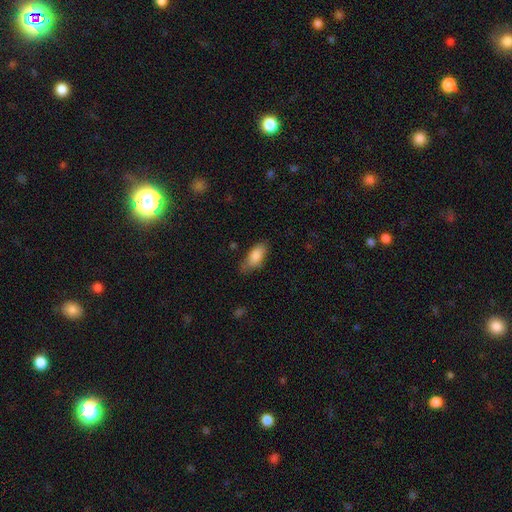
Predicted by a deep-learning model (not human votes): This appears to be a smooth galaxy with no disk features (84%) that is in between round and cigar-shaped (84%). Merging: none (65%).